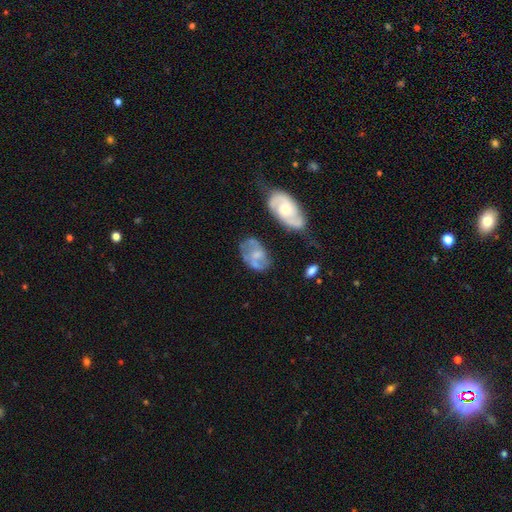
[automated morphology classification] This is possibly a featured or disk galaxy (57%). It is clearly not viewed edge-on (95%). Bar: likely no (67%). Spiral arm pattern: possibly yes (55%). Central bulge: marginally moderate (37%). Merging: possibly none (47%).